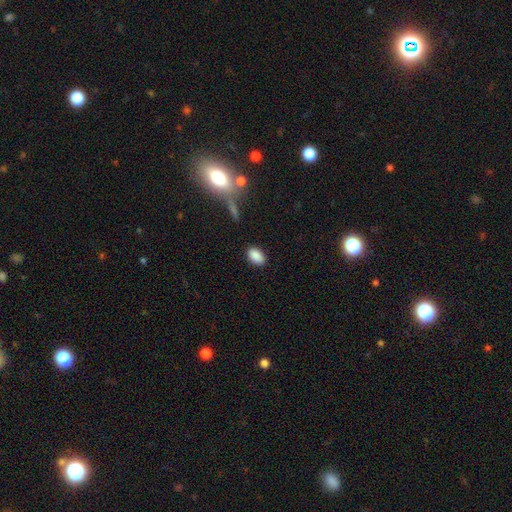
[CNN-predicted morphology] Smooth or featured? smooth (88%)
How rounded? in between (91%)
Merging? none (86%)